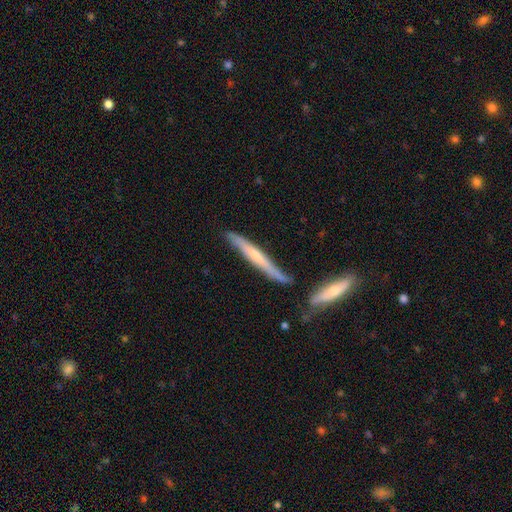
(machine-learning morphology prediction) Smooth or featured? Predicted: featured or disk (p=0.56). Edge-on disk? Predicted: yes (p=0.91). Edge-on bulge? Predicted: rounded (p=0.48). Merging? Predicted: none (p=0.73).